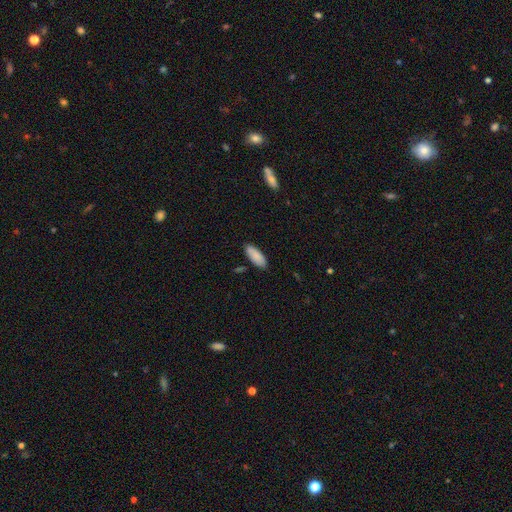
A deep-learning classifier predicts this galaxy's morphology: Smooth or featured?
  - smooth: 88% *
  - featured or disk: 6%
  - star or artifact: 6%
How rounded?
  - in between: 80% *
  - cigar-shaped: 18%
  - round: 2%
Merging?
  - none: 85% *
  - minor disturbance: 11%
  - major disturbance: 2%
  - merger: 2%